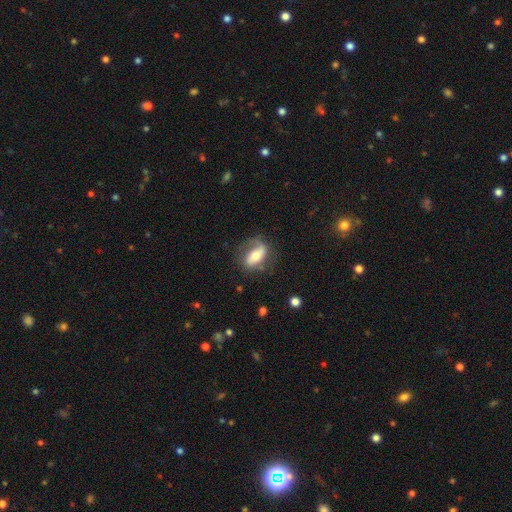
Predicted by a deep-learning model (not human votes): A featured or disk galaxy (57%).

Vote fractions:
- Smooth or featured? featured or disk: 57% / smooth: 36% / star or artifact: 7%
- Edge-on disk? no: 87% / yes: 13%
- Merging? none: 62% / minor disturbance: 22% / major disturbance: 14% / merger: 2%